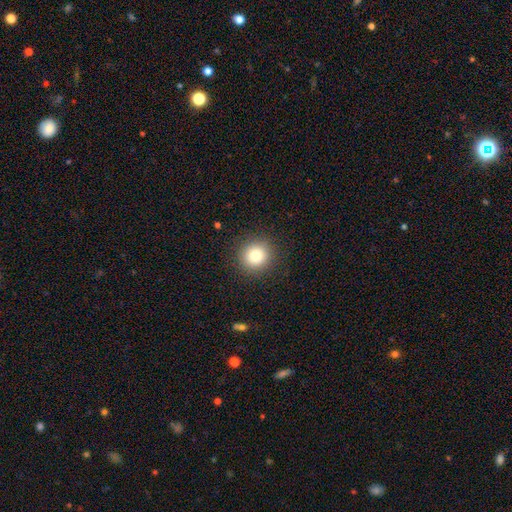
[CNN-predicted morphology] The model was most divided on "smooth or featured": smooth: 83%, star or artifact: 11%, featured or disk: 7%. More confident: how rounded — round (92%); merging — none (90%).